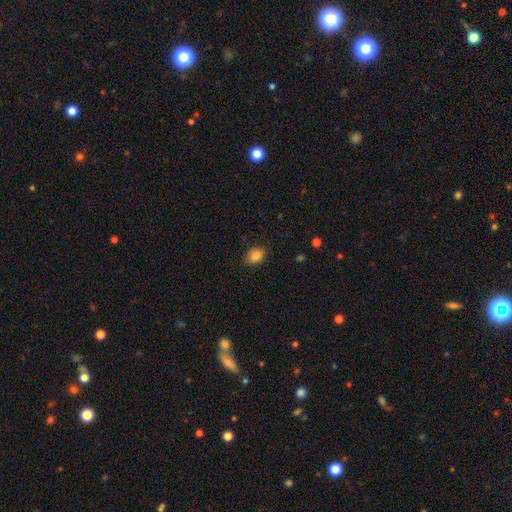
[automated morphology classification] Smooth or featured: smooth — 84% (star or artifact — 10%)
How rounded: in between — 57% (round — 42%)
Merging: none — 83% (minor disturbance — 13%)